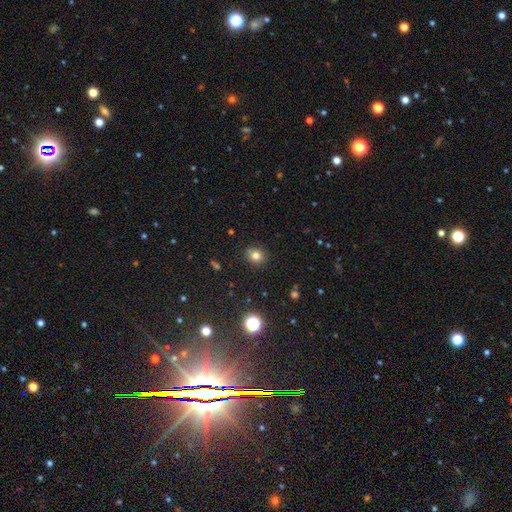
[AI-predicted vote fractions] Morphology: type=smooth (78%); roundness=round (75%); merging=none (88%).